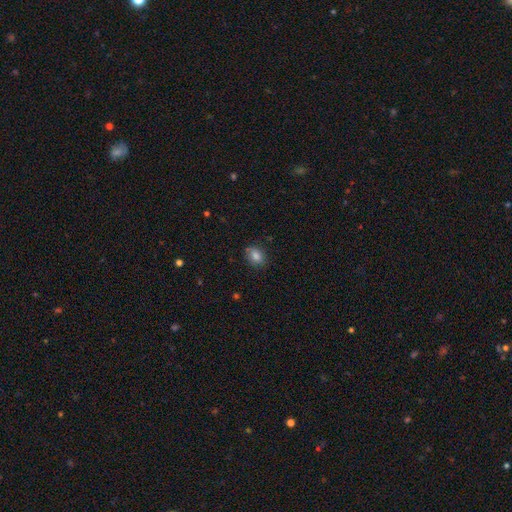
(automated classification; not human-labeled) A smooth galaxy with no disk features (83%) that is in between round and cigar-shaped (64%). Merging: none (81%).